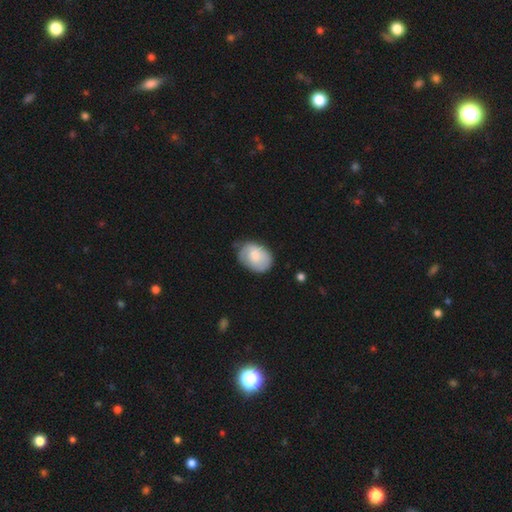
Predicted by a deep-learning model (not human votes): This appears to be a smooth galaxy with no disk features (68%) that is in between round and cigar-shaped (74%). Merging: none (65%).